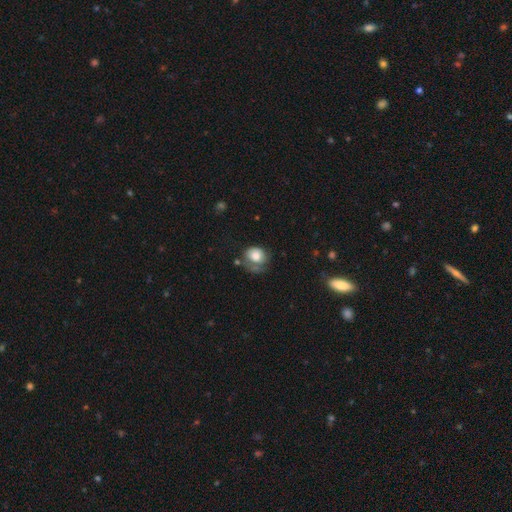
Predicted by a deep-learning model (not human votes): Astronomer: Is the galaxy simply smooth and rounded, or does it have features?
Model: smooth — 72%.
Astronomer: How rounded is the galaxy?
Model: round — 60% (runner-up: in between, 39%).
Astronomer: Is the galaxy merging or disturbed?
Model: none — 39% (runner-up: minor disturbance, 29%).